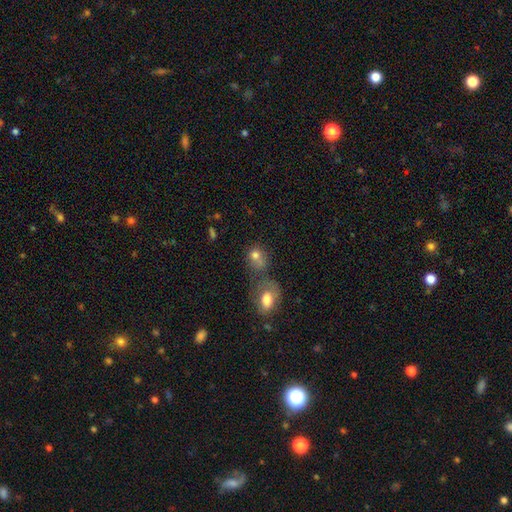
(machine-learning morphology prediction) Q: Smooth or featured?
A: smooth (75%); runner-up: featured or disk (13%)
Q: How rounded?
A: round (59%); runner-up: in between (39%)
Q: Merging?
A: merger (51%); runner-up: none (29%)